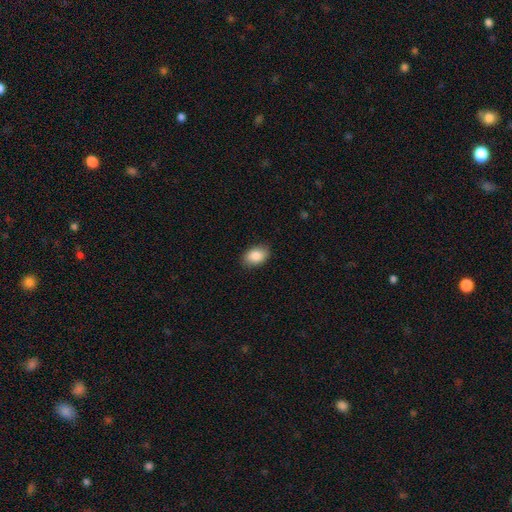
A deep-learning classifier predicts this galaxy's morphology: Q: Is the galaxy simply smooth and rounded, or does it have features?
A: smooth — 86%.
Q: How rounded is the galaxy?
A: in between — 87%.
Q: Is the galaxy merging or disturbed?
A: none — 87%.